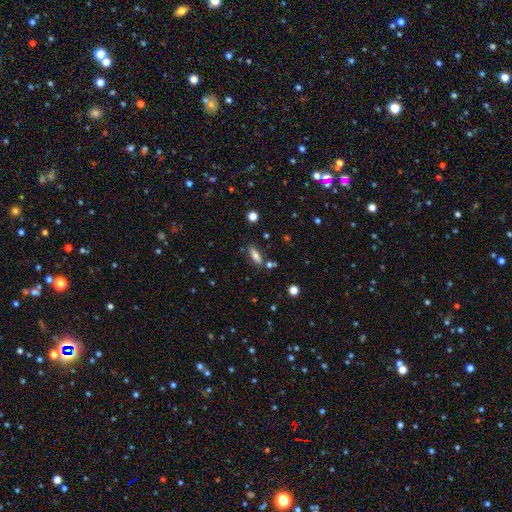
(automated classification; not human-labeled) smooth 74%, featured or disk 16%, star or artifact 10%. Down the decision tree: how rounded — in between (63%); merging — none (76%).